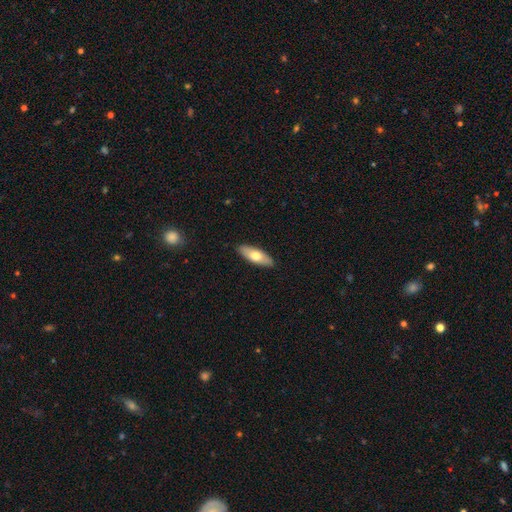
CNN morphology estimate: Smooth or featured?
  - smooth: 66% *
  - featured or disk: 28%
  - star or artifact: 5%
How rounded?
  - in between: 68% *
  - cigar-shaped: 30%
  - round: 2%
Merging?
  - none: 89% *
  - minor disturbance: 8%
  - major disturbance: 2%
  - merger: 1%